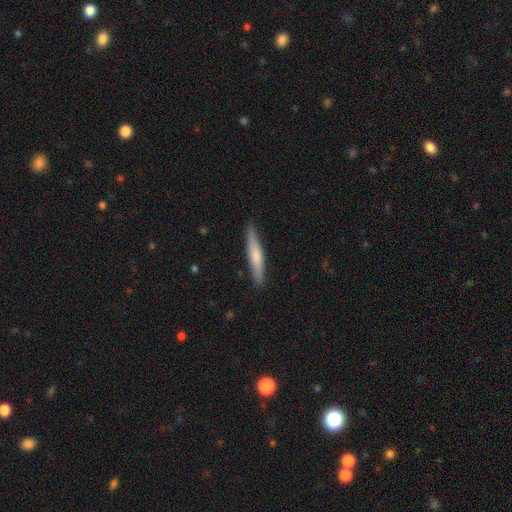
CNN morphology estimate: smooth_or_featured: smooth (p=0.62) [alt: featured or disk p=0.33]
how_rounded: cigar-shaped (p=0.93) [alt: in between p=0.06]
merging: none (p=0.89) [alt: minor disturbance p=0.08]